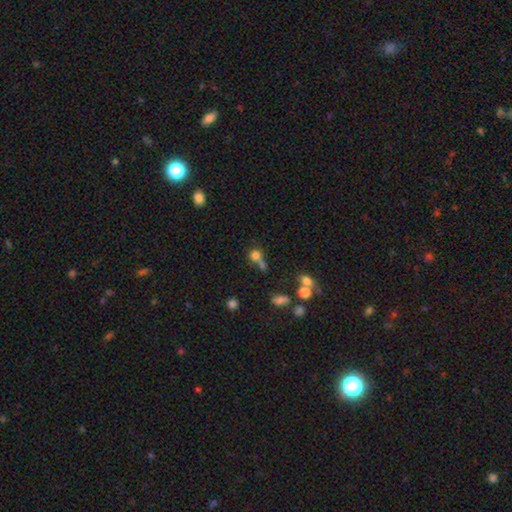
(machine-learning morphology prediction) This appears to be a smooth galaxy with no disk features (74%) that is round (81%). Merging: merger (42%).